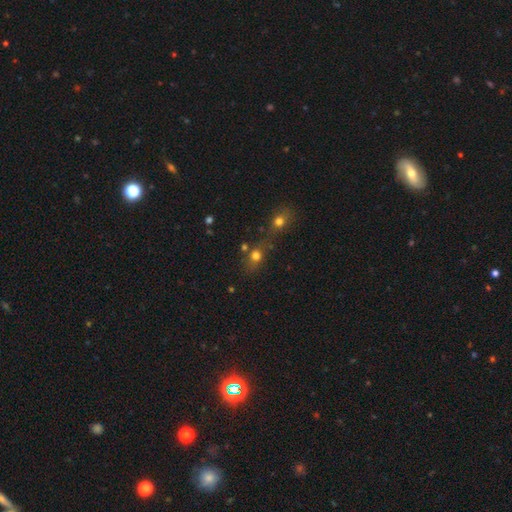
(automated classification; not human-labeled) This appears to be a smooth galaxy with no disk features (71%) that is round (68%). Merging: merger (43%).